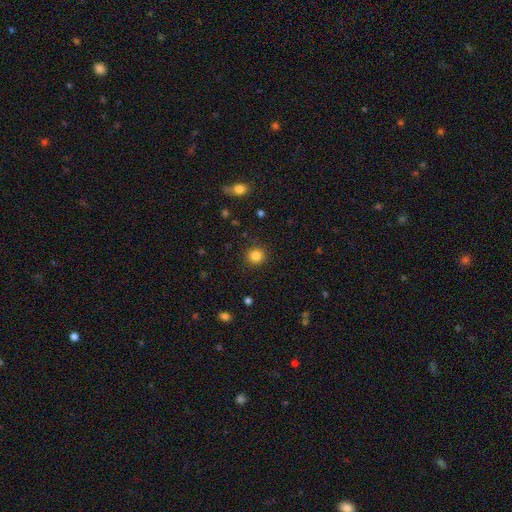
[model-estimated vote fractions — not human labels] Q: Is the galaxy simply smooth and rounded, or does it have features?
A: smooth — 84%.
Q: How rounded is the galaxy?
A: round — 92%.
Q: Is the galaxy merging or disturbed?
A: none — 90%.